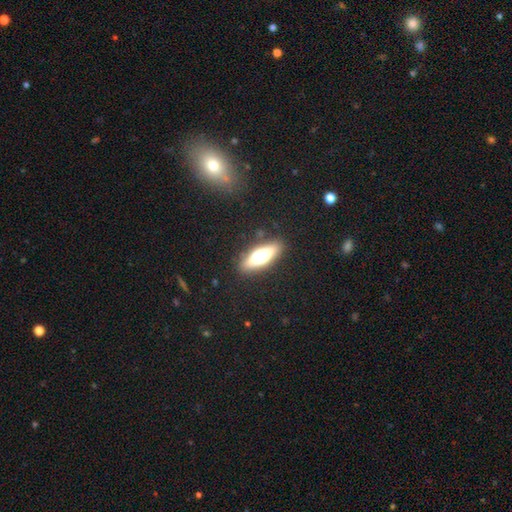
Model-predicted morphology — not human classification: Smooth or featured? Predicted: smooth (p=0.53). How rounded? Predicted: in between (p=0.56). Merging? Predicted: none (p=0.87).